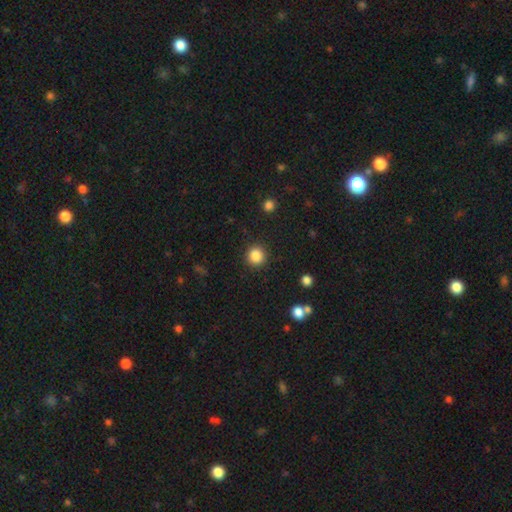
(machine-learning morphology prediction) This is clearly a smooth galaxy (86%). How rounded: clearly round (92%). Merging: clearly none (91%).